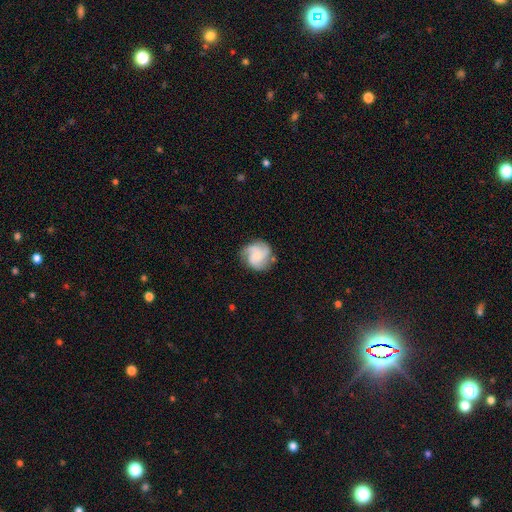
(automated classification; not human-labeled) Q: Smooth or featured?
A: featured or disk (65%); runner-up: smooth (27%)
Q: Edge-on disk?
A: no (98%); runner-up: yes (2%)
Q: Bar?
A: no (74%); runner-up: weak (22%)
Q: Spiral arms?
A: yes (94%); runner-up: no (6%)
Q: Spiral winding?
A: medium (45%); runner-up: tight (36%)
Q: Spiral arm count?
A: 3 (63%); runner-up: 4 (13%)
Q: Bulge size?
A: small (51%); runner-up: moderate (22%)
Q: Merging?
A: none (73%); runner-up: minor disturbance (18%)